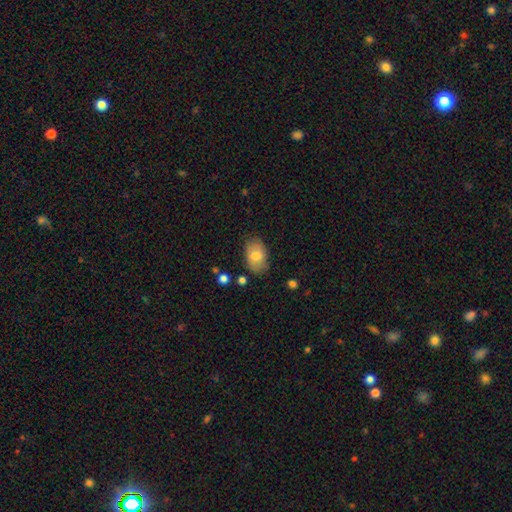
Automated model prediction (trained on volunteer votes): Q: Smooth or featured?
A: smooth (77%); runner-up: featured or disk (15%)
Q: How rounded?
A: in between (88%); runner-up: round (11%)
Q: Merging?
A: none (76%); runner-up: minor disturbance (18%)